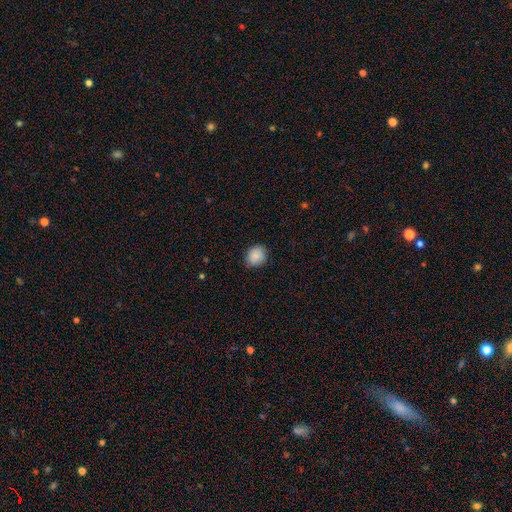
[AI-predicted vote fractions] Morphology: type=smooth (88%); roundness=round (73%); merging=none (85%).